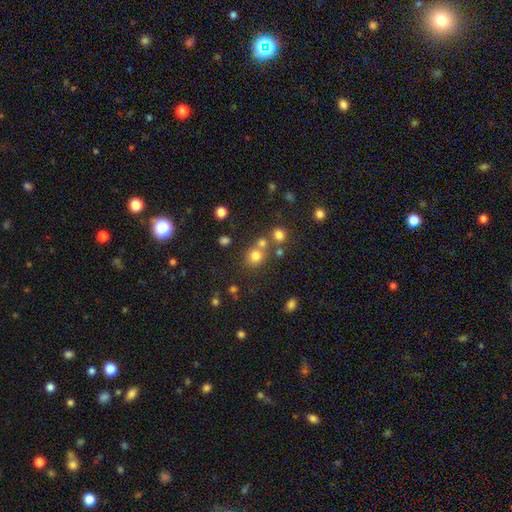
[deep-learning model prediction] This appears to be a smooth galaxy with no disk features (74%) that is round (83%). Merging: none (64%).